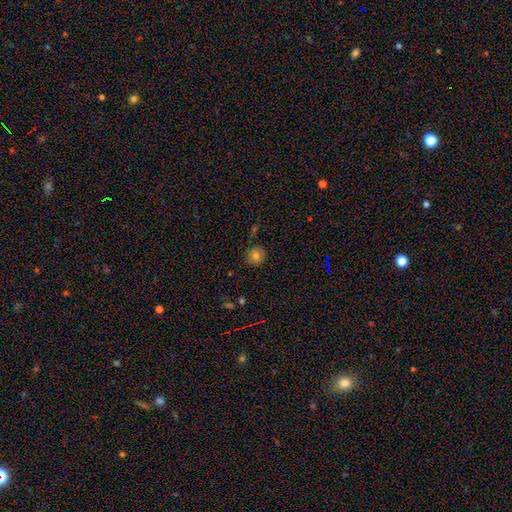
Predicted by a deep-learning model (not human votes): This is likely a smooth galaxy (80%). How rounded: clearly round (89%). Merging: clearly none (84%).